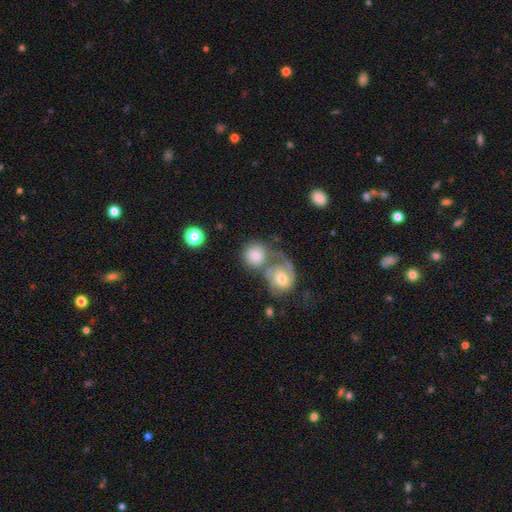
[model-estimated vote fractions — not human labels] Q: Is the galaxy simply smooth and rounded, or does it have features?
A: smooth — 61%.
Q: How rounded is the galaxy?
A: round — 82%.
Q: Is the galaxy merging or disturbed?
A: merger — 52%.